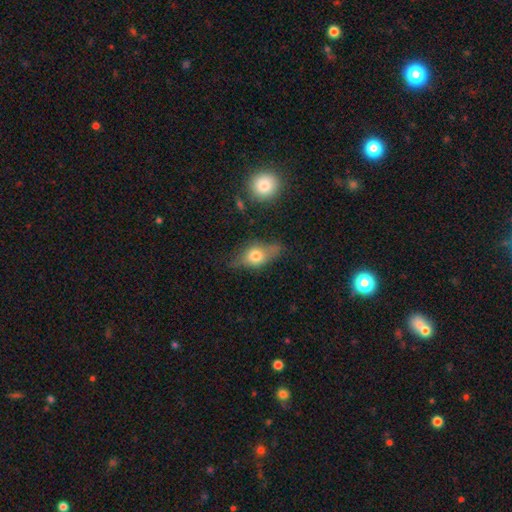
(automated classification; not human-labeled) Overall: smooth (56%; featured or disk 34%). How rounded: in between (66%). Merging: none (57%; minor disturbance 27%).